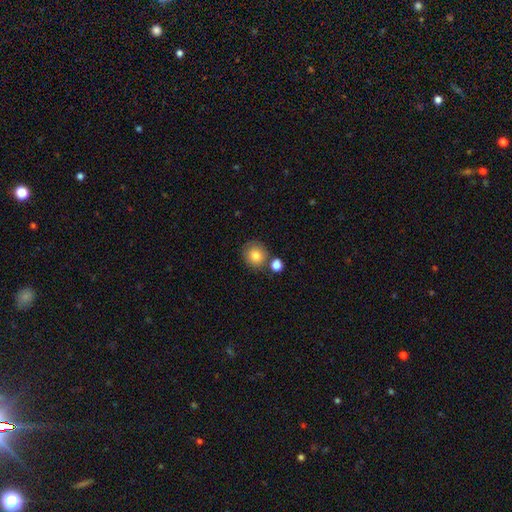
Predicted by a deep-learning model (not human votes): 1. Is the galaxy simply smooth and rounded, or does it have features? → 82% smooth, 9% featured or disk, 9% star or artifact.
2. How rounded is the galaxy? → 87% round, 12% in between, 1% cigar-shaped.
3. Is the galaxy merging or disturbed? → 70% none, 15% merger, 12% minor disturbance, 3% major disturbance.